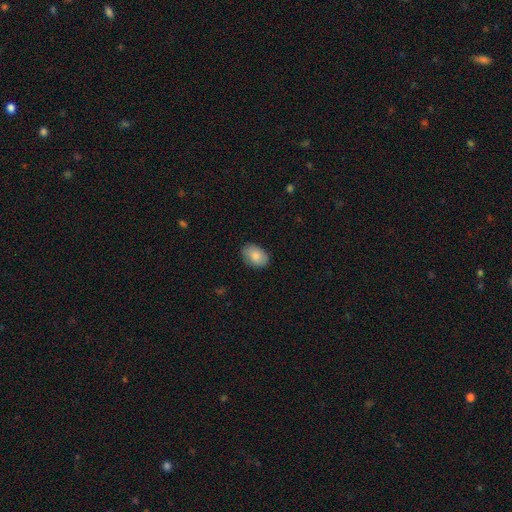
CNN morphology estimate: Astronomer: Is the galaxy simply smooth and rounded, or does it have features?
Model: smooth — 83%.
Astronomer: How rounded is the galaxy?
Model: in between — 85%.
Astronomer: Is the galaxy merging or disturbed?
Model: none — 84%.